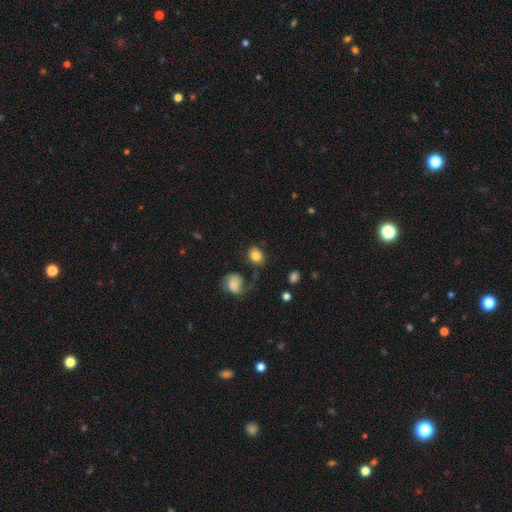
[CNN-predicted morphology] smooth-or-featured: smooth: 83% | star or artifact: 9% | featured or disk: 8%
  how-rounded: round: 63% | in between: 36% | cigar-shaped: 1%
  merging: none: 68% | minor disturbance: 16% | major disturbance: 9% | merger: 6%